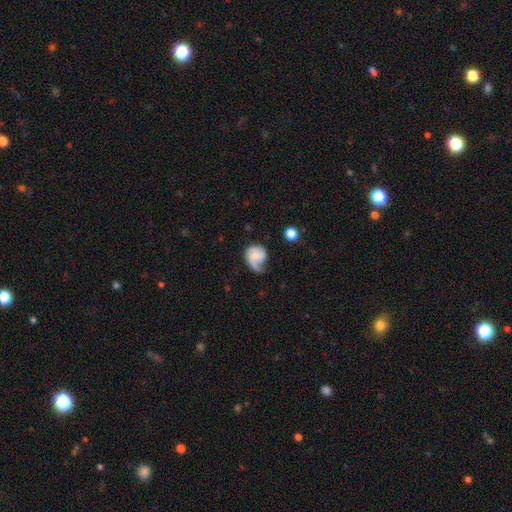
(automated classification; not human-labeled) Overall: featured or disk (60%; smooth 33%). Edge-on disk: no (98%). Bar: no (70%). Spiral arms: yes (89%). Spiral arm count: 1 (65%). Spiral winding: loose (38%; medium 36%). Bulge size: small (48%; none 27%). Merging: none (38%; major disturbance 30%).